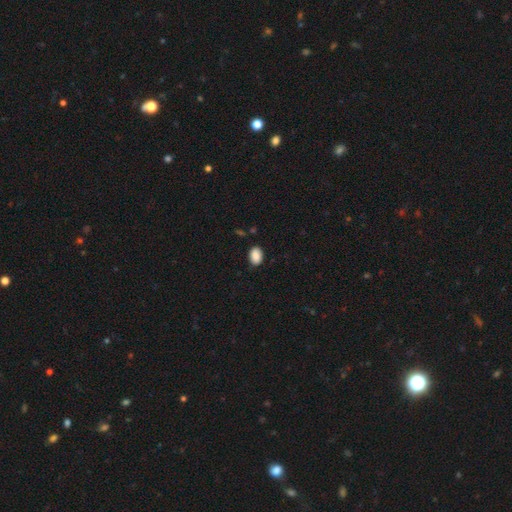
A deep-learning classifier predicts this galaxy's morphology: This appears to be a smooth galaxy with no disk features (89%) that is in between round and cigar-shaped (86%). Merging: none (86%).